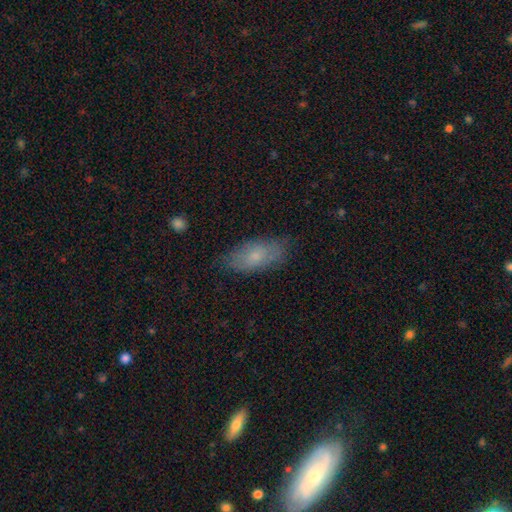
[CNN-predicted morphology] smooth 67%, featured or disk 26%, star or artifact 7%. Down the decision tree: how rounded — in between (86%); merging — none (75%).